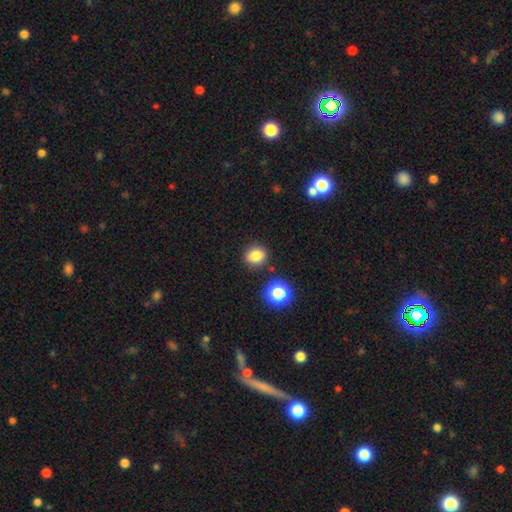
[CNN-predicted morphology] This appears to be a smooth galaxy with no disk features (81%) that is round (53%). Merging: none (84%).